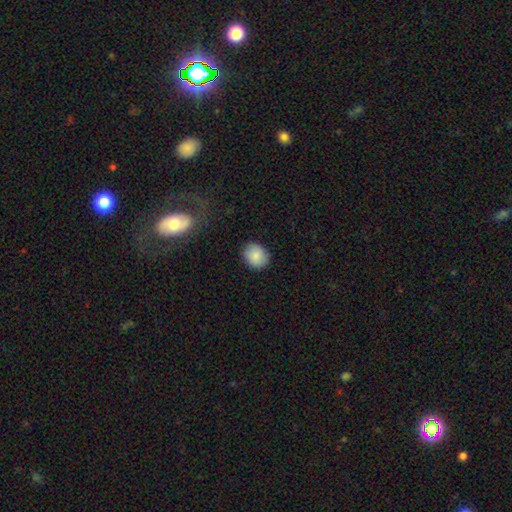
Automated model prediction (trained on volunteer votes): Smooth or featured? Predicted: smooth (p=0.86). How rounded? Predicted: round (p=0.68). Merging? Predicted: none (p=0.86).